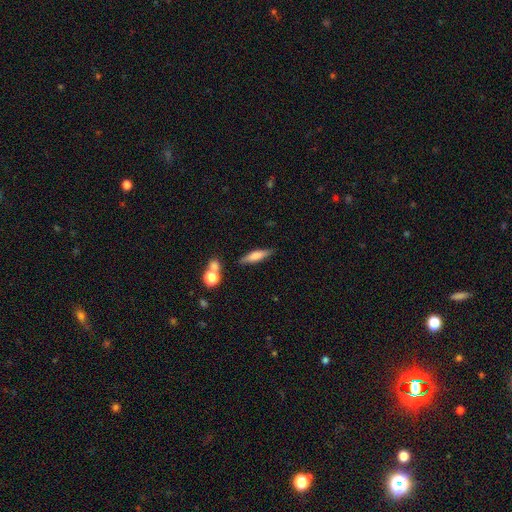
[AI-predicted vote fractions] Smooth or featured? smooth (63%)
How rounded? cigar-shaped (69%)
Merging? none (80%)